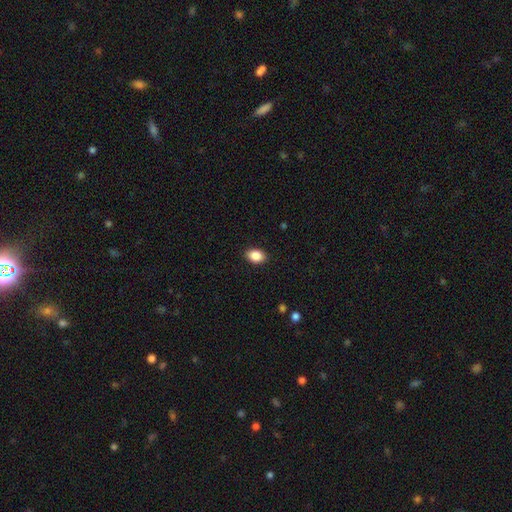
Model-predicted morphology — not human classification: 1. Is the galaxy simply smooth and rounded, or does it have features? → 88% smooth, 8% star or artifact, 4% featured or disk.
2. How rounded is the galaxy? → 79% in between, 19% round, 1% cigar-shaped.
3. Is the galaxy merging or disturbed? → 89% none, 8% minor disturbance, 2% major disturbance, 1% merger.